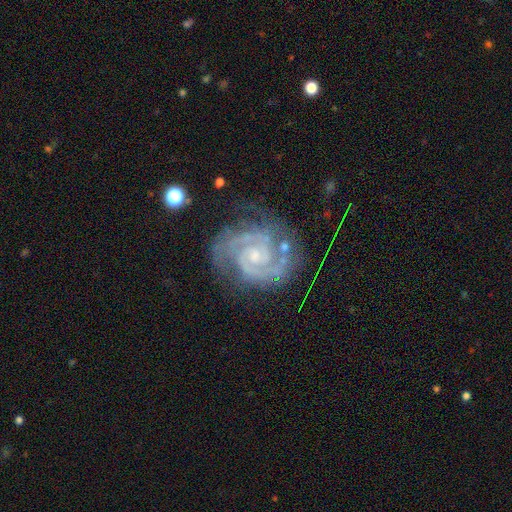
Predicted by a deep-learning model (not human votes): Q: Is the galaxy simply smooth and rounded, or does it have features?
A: featured or disk — 92%.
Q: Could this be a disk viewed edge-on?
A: no — 98%.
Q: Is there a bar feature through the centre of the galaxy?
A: no — 58%.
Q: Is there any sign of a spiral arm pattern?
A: yes — 99%.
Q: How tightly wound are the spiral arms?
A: tight — 69%.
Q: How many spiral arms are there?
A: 2 — 77%.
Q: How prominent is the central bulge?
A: small — 67%.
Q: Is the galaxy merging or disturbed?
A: none — 70%.